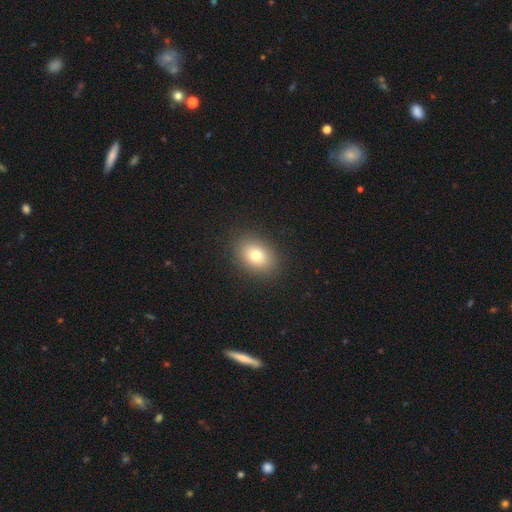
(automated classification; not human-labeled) smooth_or_featured: smooth (p=0.76) [alt: star or artifact p=0.12]
how_rounded: in between (p=0.67) [alt: round p=0.32]
merging: none (p=0.89) [alt: minor disturbance p=0.07]